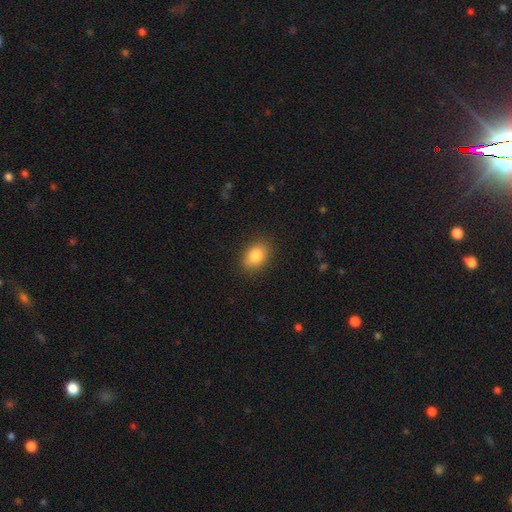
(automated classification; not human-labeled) This is clearly a smooth galaxy (84%). How rounded: likely in between (75%). Merging: clearly none (86%).